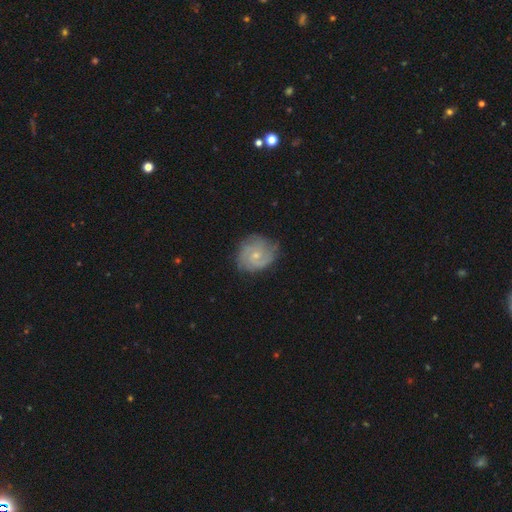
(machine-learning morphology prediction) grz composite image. It shows a featured or disk galaxy (68%) with no bar (72%), 2 (36%) tight (55%) spiral arms (89%) and a small central bulge (65%). Merging: none (69%).